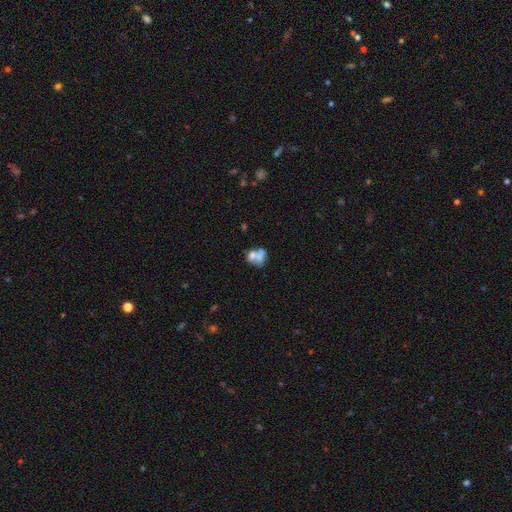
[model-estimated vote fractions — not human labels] Smooth or featured: smooth — 56% (featured or disk — 33%)
How rounded: in between — 52% (round — 46%)
Merging: merger — 53% (none — 26%)